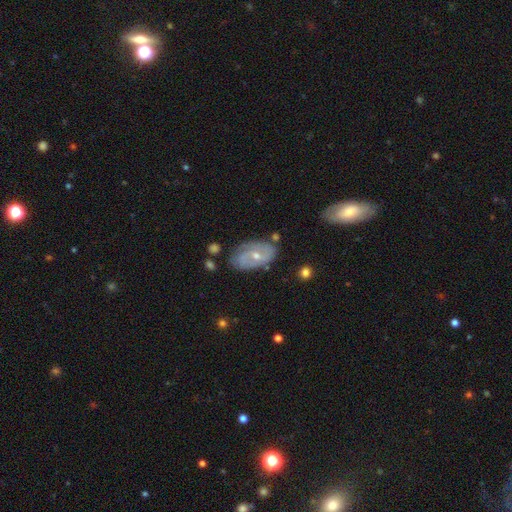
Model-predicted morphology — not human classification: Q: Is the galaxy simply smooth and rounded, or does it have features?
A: featured or disk — 69%.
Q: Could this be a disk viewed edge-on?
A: no — 94%.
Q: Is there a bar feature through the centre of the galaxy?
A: no — 51%.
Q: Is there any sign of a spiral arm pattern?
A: yes — 82%.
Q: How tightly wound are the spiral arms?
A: tight — 45%.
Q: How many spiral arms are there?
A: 2 — 54%.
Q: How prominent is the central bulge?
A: small — 49%.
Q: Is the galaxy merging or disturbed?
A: none — 67%.